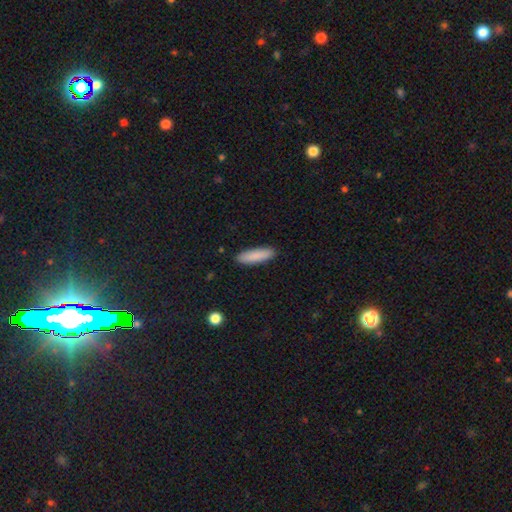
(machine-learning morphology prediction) A smooth galaxy with no disk features (88%) that is cigar-shaped (64%).

Vote fractions:
- Smooth or featured? smooth: 88% / featured or disk: 6% / star or artifact: 6%
- How rounded? cigar-shaped: 64% / in between: 35% / round: 1%
- Merging? none: 90% / minor disturbance: 7% / major disturbance: 2% / merger: 1%